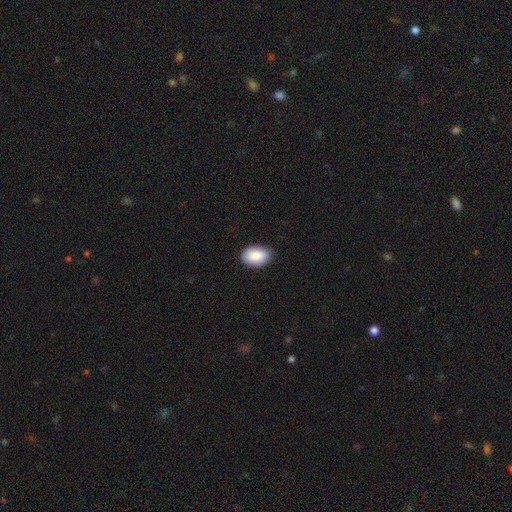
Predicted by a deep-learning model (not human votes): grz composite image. It shows a smooth galaxy with no disk features (90%) that is in between round and cigar-shaped (86%). Merging: none (83%).